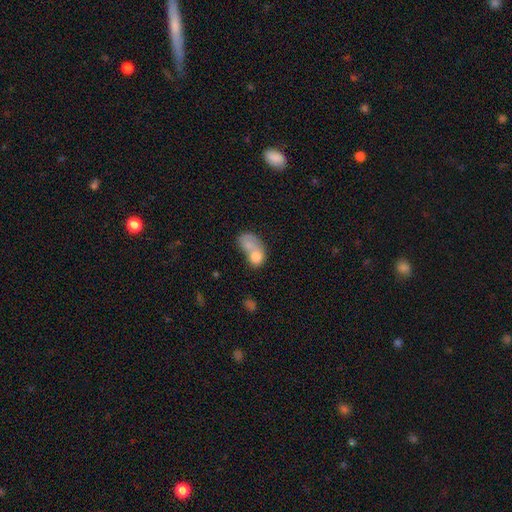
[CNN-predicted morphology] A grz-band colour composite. It shows a smooth galaxy with no disk features (61%) that is in between round and cigar-shaped (63%). Merging: merger (53%).